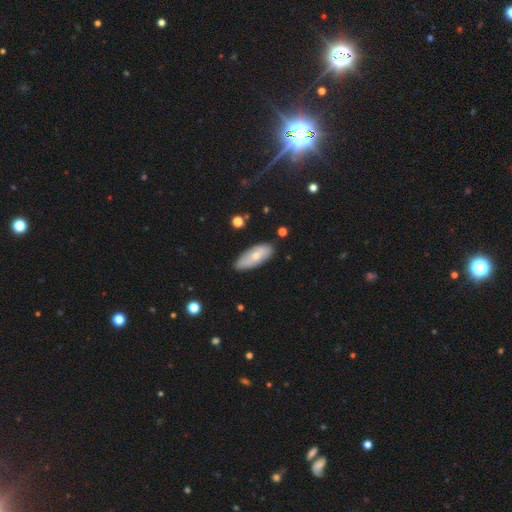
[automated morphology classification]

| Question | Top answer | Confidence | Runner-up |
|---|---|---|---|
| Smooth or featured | smooth | 63% | featured or disk (30%) |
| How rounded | in between | 78% | cigar-shaped (20%) |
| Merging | none | 80% | minor disturbance (15%) |